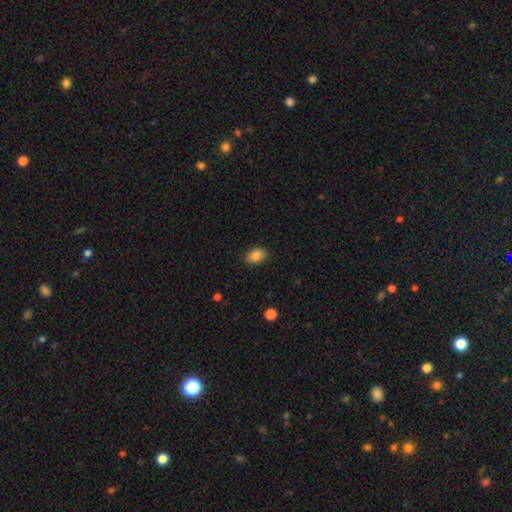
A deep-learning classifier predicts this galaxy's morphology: A smooth galaxy with no disk features (87%) that is in between round and cigar-shaped (84%). Merging: none (87%).